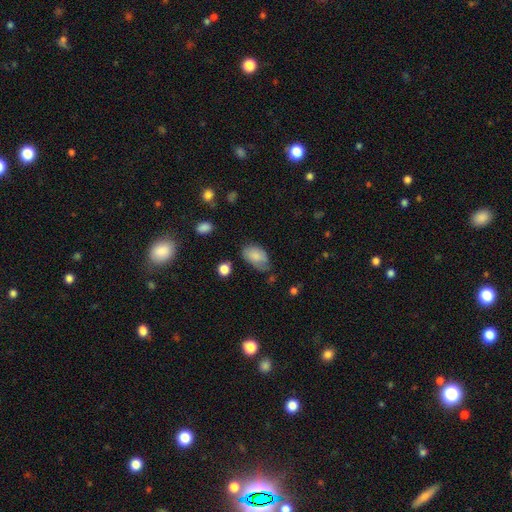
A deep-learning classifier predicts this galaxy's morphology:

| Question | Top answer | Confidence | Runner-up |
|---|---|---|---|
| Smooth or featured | smooth | 81% | featured or disk (11%) |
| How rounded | in between | 91% | round (8%) |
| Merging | none | 51% | minor disturbance (35%) |